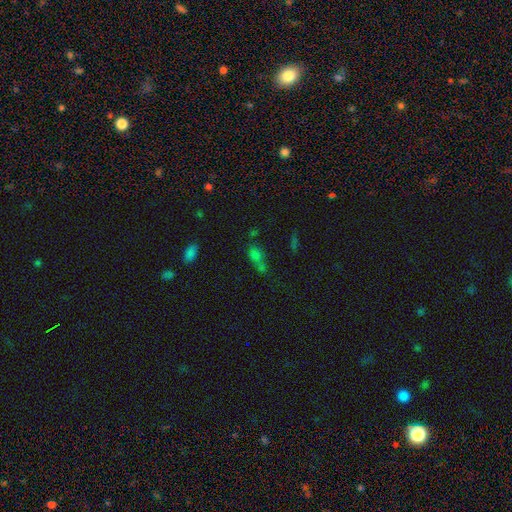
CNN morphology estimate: A smooth galaxy with no disk features (60%) that is in between round and cigar-shaped (69%).

Vote fractions:
- Smooth or featured? smooth: 60% / star or artifact: 27% / featured or disk: 13%
- How rounded? in between: 69% / round: 18% / cigar-shaped: 13%
- Merging? none: 40% / merger: 32% / minor disturbance: 17% / major disturbance: 11%